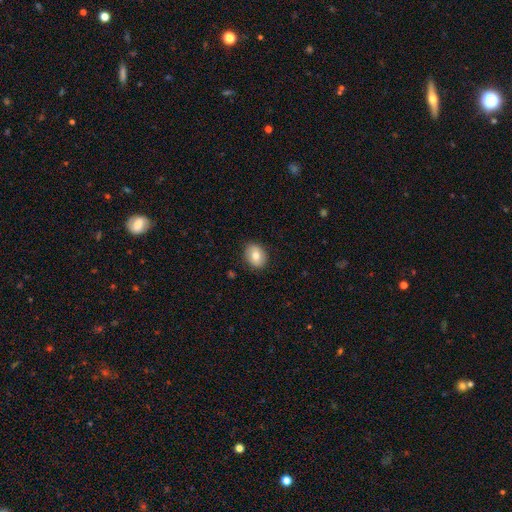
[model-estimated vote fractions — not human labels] Smooth or featured? Predicted: smooth (p=0.78). How rounded? Predicted: round (p=0.50). Merging? Predicted: none (p=0.87).